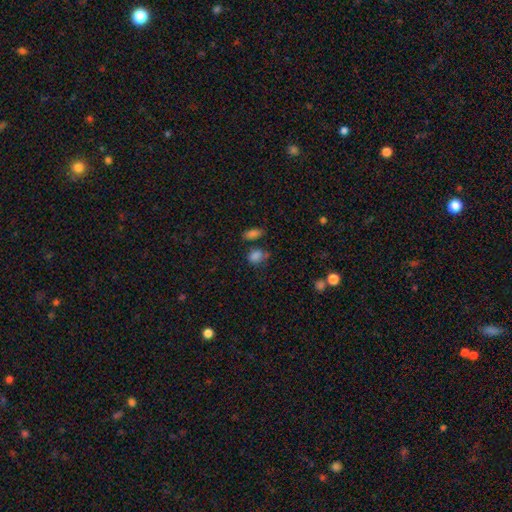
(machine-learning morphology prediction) Smooth or featured? Predicted: smooth (p=0.79). How rounded? Predicted: in between (p=0.67). Merging? Predicted: none (p=0.54).